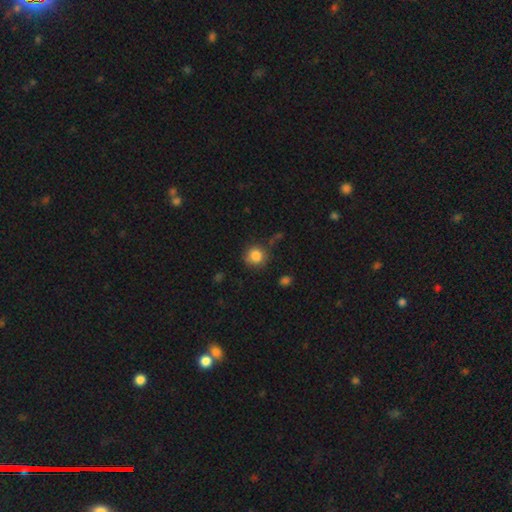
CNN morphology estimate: The model was most divided on "merging": none: 78%, minor disturbance: 14%, major disturbance: 4%, merger: 4%. More confident: how rounded — round (91%); smooth or featured — smooth (84%).